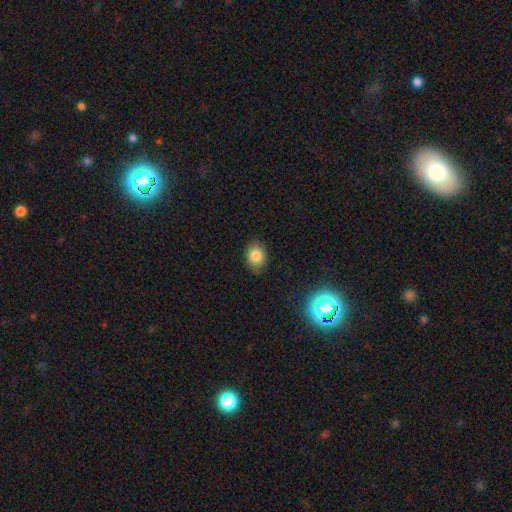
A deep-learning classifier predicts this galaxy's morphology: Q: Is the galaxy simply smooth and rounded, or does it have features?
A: smooth — 83%.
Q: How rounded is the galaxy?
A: in between — 56%.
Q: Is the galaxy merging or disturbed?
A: none — 84%.